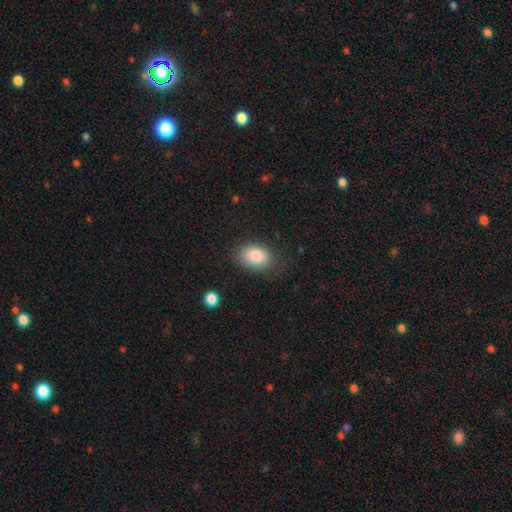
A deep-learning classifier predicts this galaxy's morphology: Smooth or featured?
  - smooth: 84% *
  - star or artifact: 8%
  - featured or disk: 8%
How rounded?
  - in between: 74% *
  - round: 25%
  - cigar-shaped: 1%
Merging?
  - none: 75% *
  - minor disturbance: 18%
  - major disturbance: 6%
  - merger: 2%